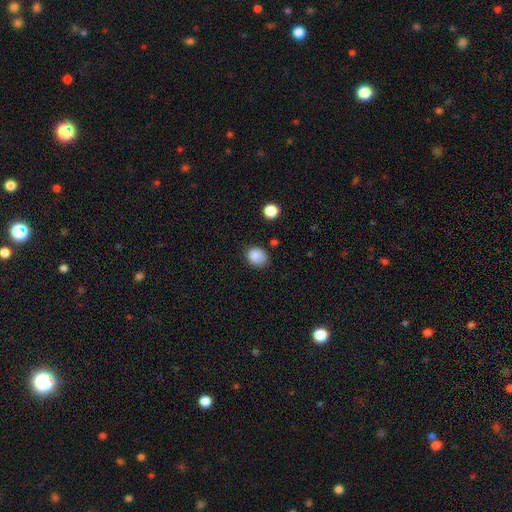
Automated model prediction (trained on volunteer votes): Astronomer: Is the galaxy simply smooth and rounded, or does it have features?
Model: smooth — 86%.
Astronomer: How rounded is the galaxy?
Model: round — 57% (runner-up: in between, 42%).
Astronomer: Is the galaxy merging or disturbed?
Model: none — 72%.